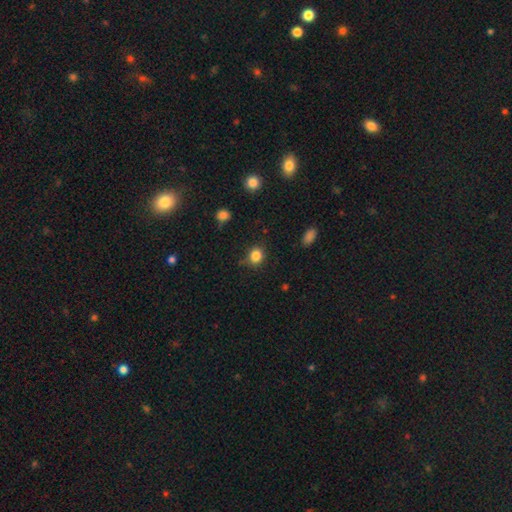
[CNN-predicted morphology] Q: Smooth or featured?
A: smooth (84%); runner-up: star or artifact (11%)
Q: How rounded?
A: round (72%); runner-up: in between (27%)
Q: Merging?
A: none (78%); runner-up: minor disturbance (16%)